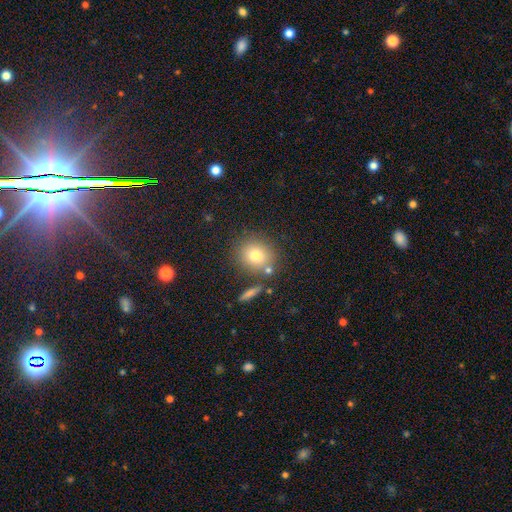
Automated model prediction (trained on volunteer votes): Smooth or featured? smooth (76%)
How rounded? round (82%)
Merging? none (76%)